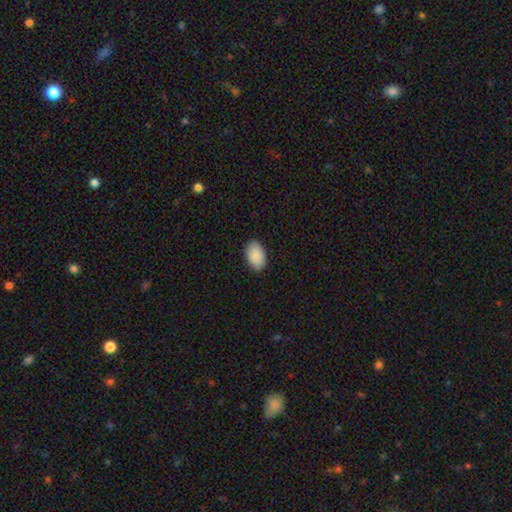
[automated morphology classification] The model was most divided on "merging": none: 88%, minor disturbance: 9%, major disturbance: 2%, merger: 1%. More confident: how rounded — in between (93%); smooth or featured — smooth (89%).